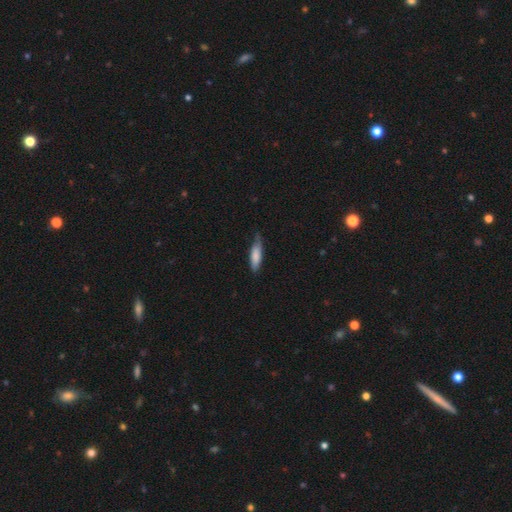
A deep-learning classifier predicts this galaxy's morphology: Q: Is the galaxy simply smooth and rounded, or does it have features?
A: smooth — 80%.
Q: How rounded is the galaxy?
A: cigar-shaped — 61%.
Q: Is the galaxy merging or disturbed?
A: none — 58%.